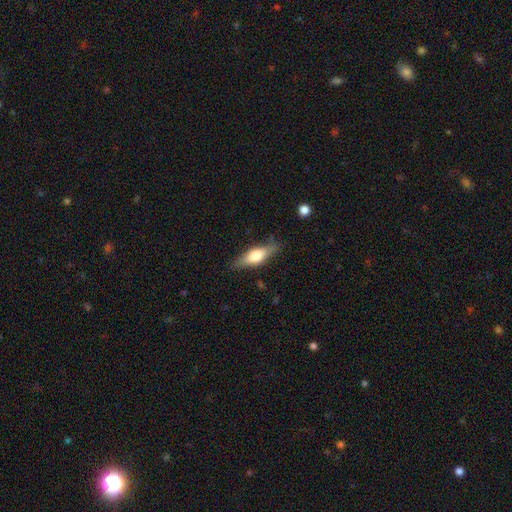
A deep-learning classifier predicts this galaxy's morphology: A smooth galaxy with no disk features (53%) that is in between round and cigar-shaped (52%). Merging: none (81%).